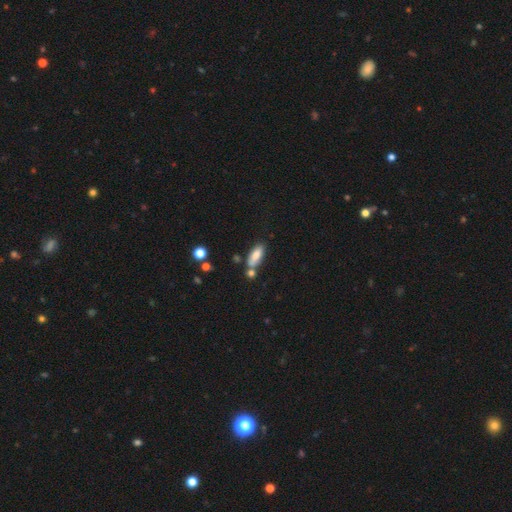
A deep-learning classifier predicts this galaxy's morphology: This is likely a smooth galaxy (78%). How rounded: likely in between (71%). Merging: likely none (61%).